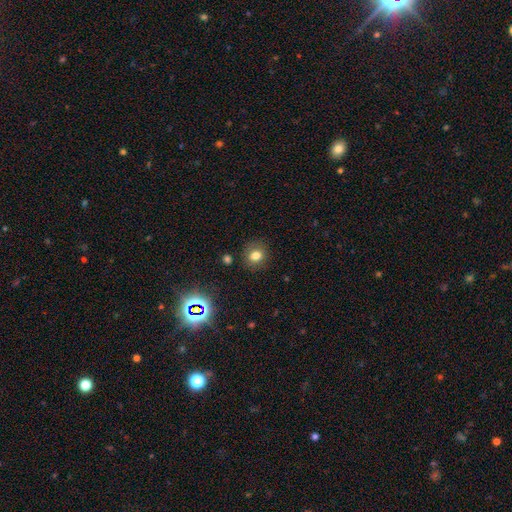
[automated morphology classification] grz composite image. It shows a smooth galaxy with no disk features (76%) that is round (75%). Merging: none (84%).